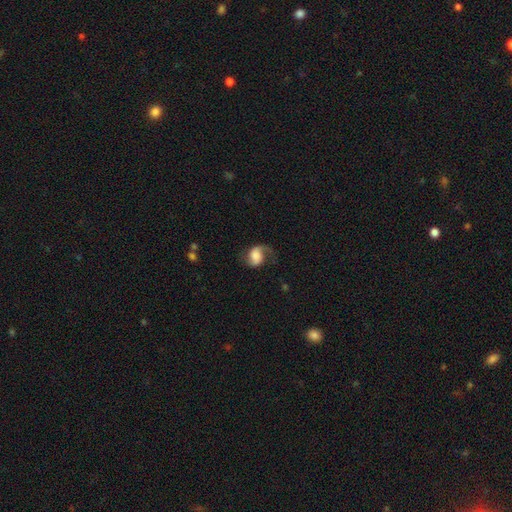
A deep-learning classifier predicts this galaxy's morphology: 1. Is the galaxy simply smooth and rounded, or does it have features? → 63% featured or disk, 29% smooth, 8% star or artifact.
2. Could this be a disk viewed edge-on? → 97% no, 3% yes.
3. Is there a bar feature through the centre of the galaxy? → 55% no, 34% weak, 11% strong.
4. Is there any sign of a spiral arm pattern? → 93% yes, 7% no.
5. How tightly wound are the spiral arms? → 56% loose, 34% medium, 10% tight.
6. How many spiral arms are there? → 62% 2, 33% 1, 3% can't tell, 1% 3, 1% 4, 1% more than 4.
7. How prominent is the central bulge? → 35% large, 21% moderate, 18% none, 14% small, 12% dominant.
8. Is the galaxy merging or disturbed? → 51% none, 24% minor disturbance, 24% major disturbance, 2% merger.